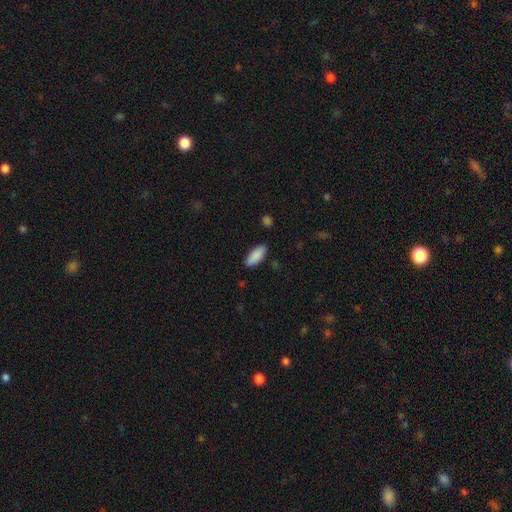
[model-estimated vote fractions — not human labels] This is clearly a smooth galaxy (90%). How rounded: clearly in between (83%). Merging: clearly none (87%).